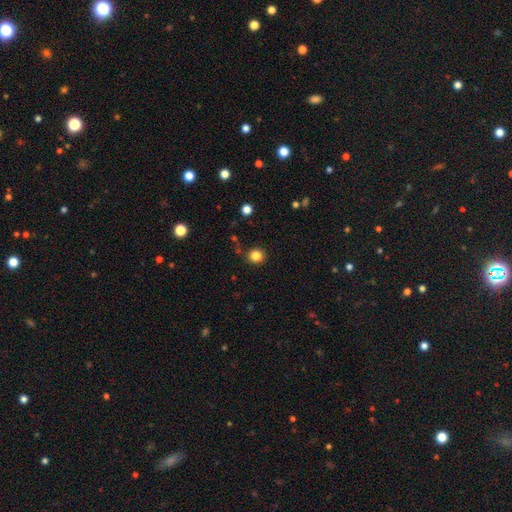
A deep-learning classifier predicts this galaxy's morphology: Q: Smooth or featured?
A: smooth (84%); runner-up: star or artifact (12%)
Q: How rounded?
A: round (90%); runner-up: in between (9%)
Q: Merging?
A: none (87%); runner-up: minor disturbance (8%)